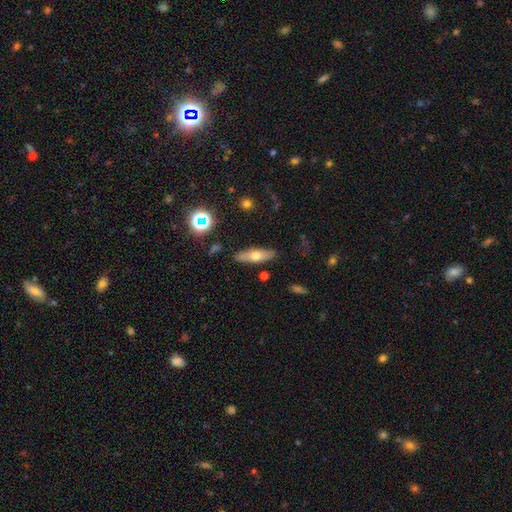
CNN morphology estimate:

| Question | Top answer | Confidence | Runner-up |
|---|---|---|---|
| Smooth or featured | smooth | 58% | featured or disk (34%) |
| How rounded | cigar-shaped | 50% | in between (47%) |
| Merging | none | 85% | minor disturbance (11%) |